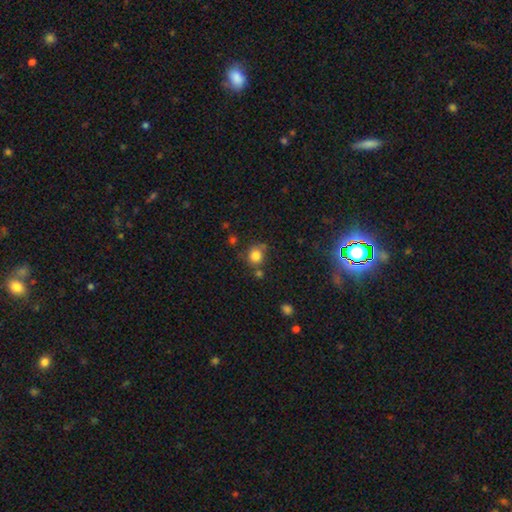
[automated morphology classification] This is clearly a smooth galaxy (81%). How rounded: clearly round (83%). Merging: likely none (67%).